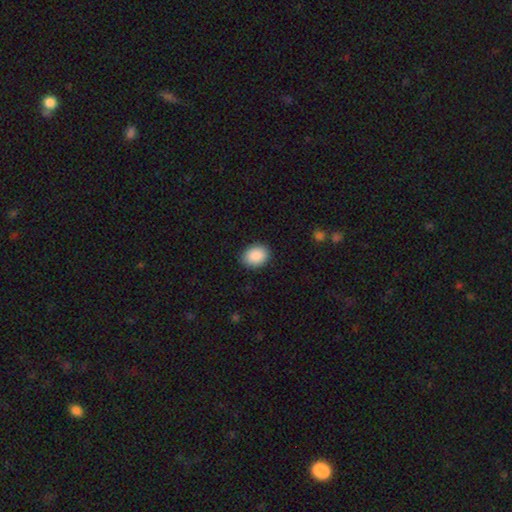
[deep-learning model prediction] Morphology: type=smooth (90%); roundness=in between (65%); merging=none (88%).